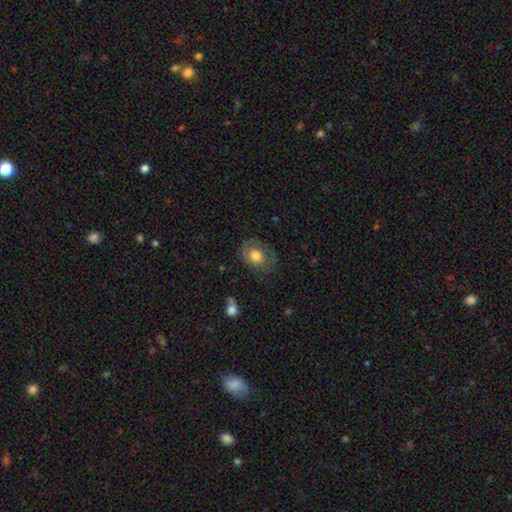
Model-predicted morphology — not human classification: The model was most divided on "how rounded": in between: 54%, round: 45%, cigar-shaped: 1%. More confident: merging — none (63%); smooth or featured — smooth (55%).